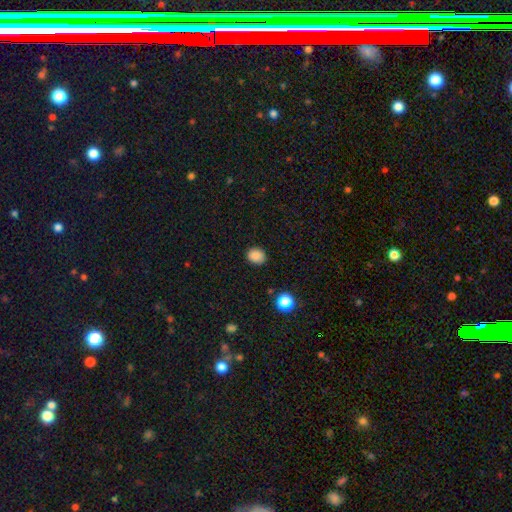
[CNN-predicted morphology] Smooth or featured?
  - smooth: 87% *
  - star or artifact: 10%
  - featured or disk: 3%
How rounded?
  - round: 62% *
  - in between: 37%
  - cigar-shaped: 1%
Merging?
  - none: 88% *
  - minor disturbance: 8%
  - major disturbance: 2%
  - merger: 1%